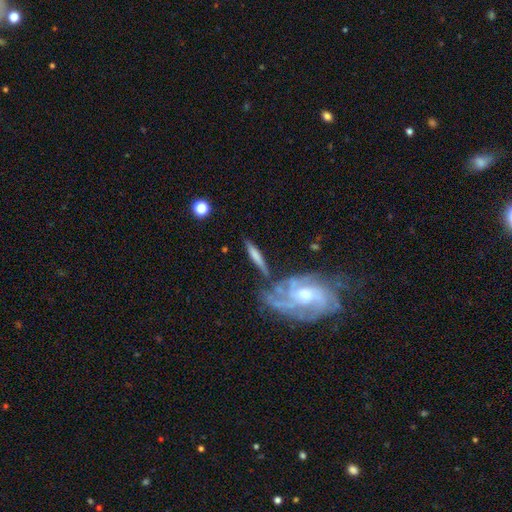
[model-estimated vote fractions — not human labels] Smooth or featured? smooth (51%)
How rounded? cigar-shaped (82%)
Merging? none (59%)